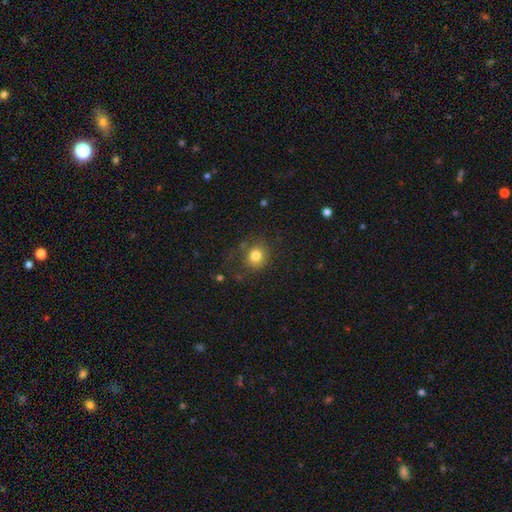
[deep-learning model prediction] The model was most divided on "merging": none: 75%, minor disturbance: 15%, major disturbance: 7%, merger: 3%. More confident: how rounded — round (85%); smooth or featured — smooth (80%).